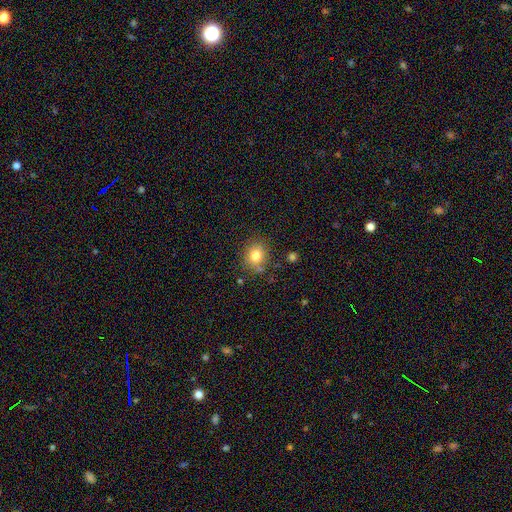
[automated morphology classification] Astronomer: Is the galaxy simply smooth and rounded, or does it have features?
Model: smooth — 80%.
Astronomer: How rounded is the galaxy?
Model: round — 65%.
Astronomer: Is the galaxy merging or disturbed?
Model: none — 79%.